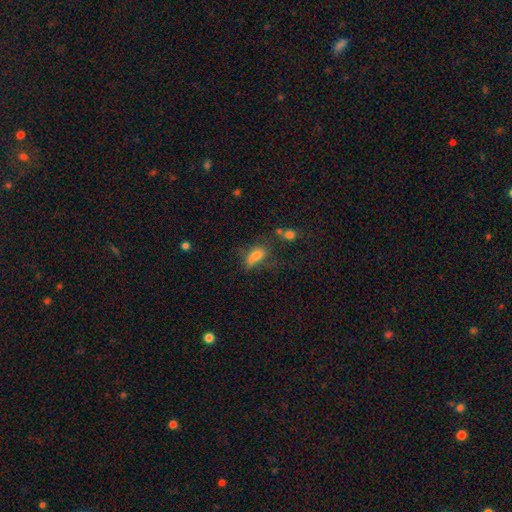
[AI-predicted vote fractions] Smooth or featured?
  - smooth: 70% *
  - featured or disk: 17%
  - star or artifact: 13%
How rounded?
  - in between: 72% *
  - cigar-shaped: 21%
  - round: 7%
Merging?
  - none: 40% *
  - minor disturbance: 27%
  - major disturbance: 24%
  - merger: 9%